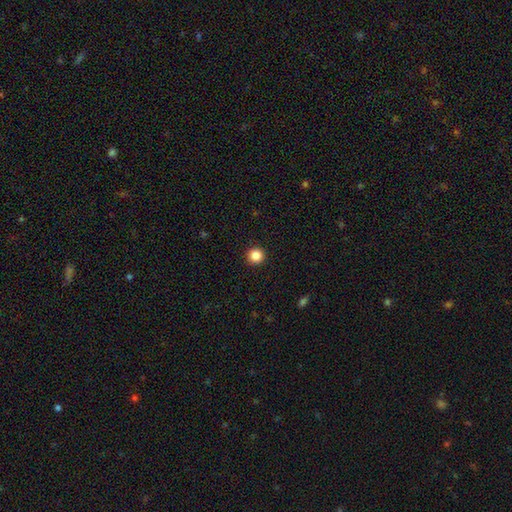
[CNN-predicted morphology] This is clearly a smooth galaxy (86%). How rounded: clearly round (95%). Merging: clearly none (93%).